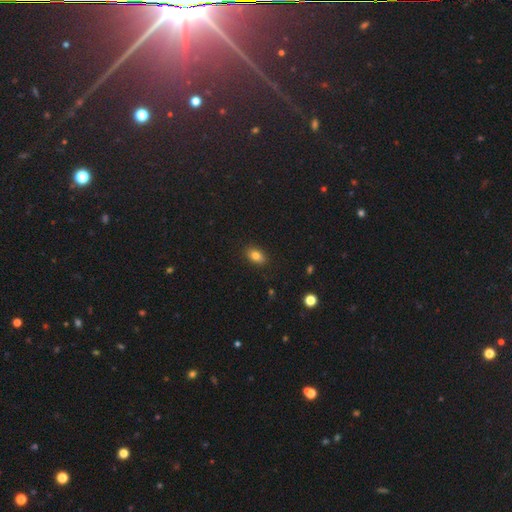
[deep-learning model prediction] The model was most divided on "how rounded": in between: 84%, round: 14%, cigar-shaped: 2%. More confident: merging — none (87%); smooth or featured — smooth (82%).